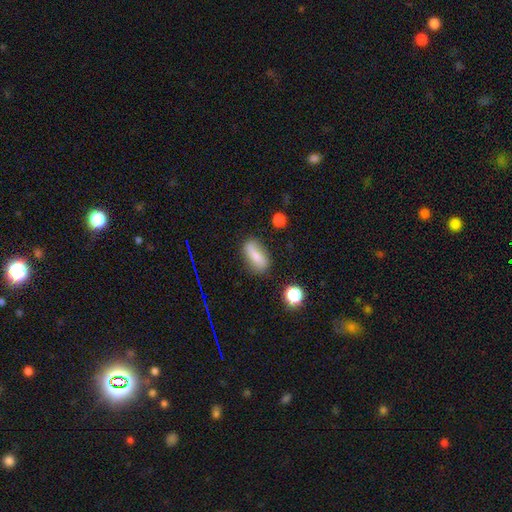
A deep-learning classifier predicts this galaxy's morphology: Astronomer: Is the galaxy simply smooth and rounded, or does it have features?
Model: smooth — 72%.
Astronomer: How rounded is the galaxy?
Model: in between — 73%.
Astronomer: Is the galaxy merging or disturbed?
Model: none — 75%.